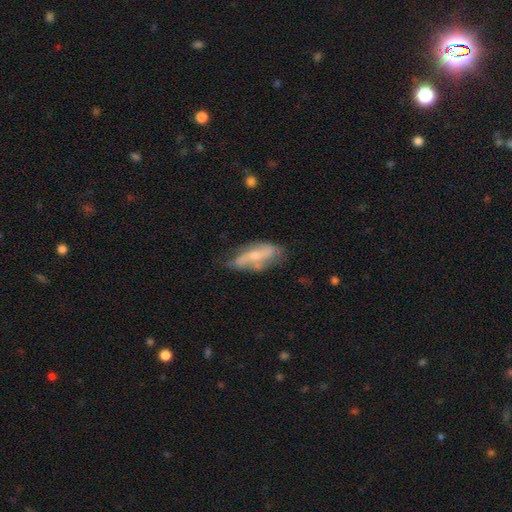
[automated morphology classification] A featured or disk galaxy (63%) with no bar (48%), spiral arms (80%) and a small central bulge (52%). Merging: none (57%).